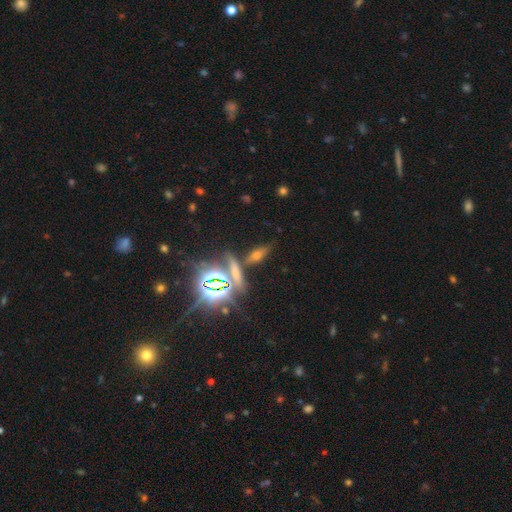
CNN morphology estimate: Smooth or featured? star or artifact (50%)